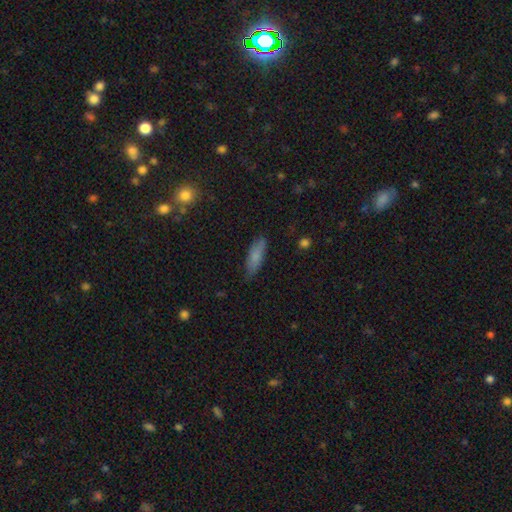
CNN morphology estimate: Overall: smooth (79%). How rounded: in between (51%; cigar-shaped 47%). Merging: none (78%).